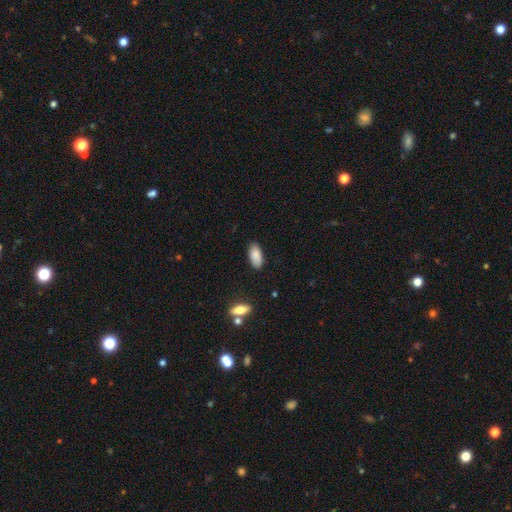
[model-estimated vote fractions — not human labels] This appears to be a smooth galaxy with no disk features (87%) that is in between round and cigar-shaped (91%). Merging: none (85%).